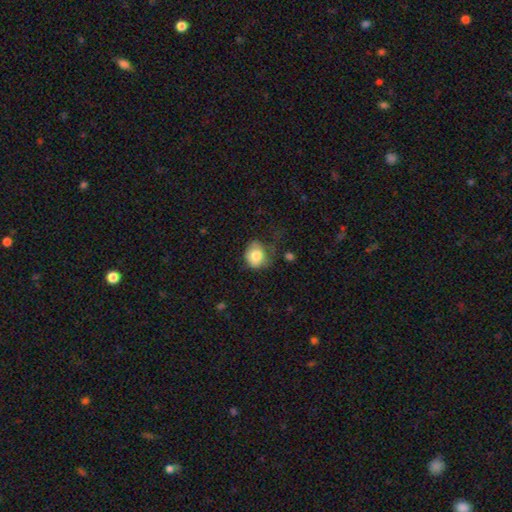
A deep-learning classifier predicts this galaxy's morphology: Smooth or featured?
  - smooth: 80% *
  - featured or disk: 12%
  - star or artifact: 8%
How rounded?
  - round: 58% *
  - in between: 41%
  - cigar-shaped: 1%
Merging?
  - none: 46% *
  - minor disturbance: 32%
  - major disturbance: 20%
  - merger: 3%